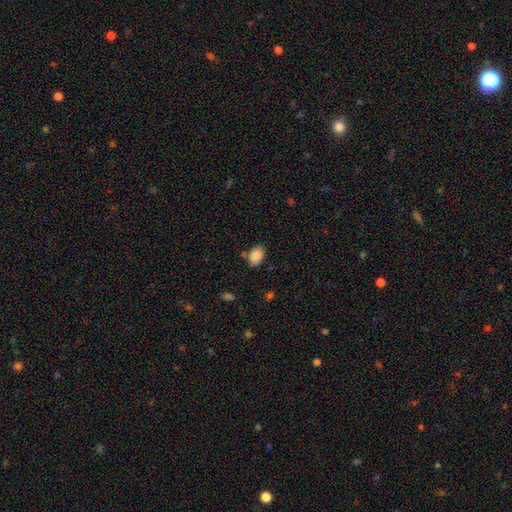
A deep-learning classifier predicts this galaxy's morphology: The model was most divided on "merging": none: 76%, minor disturbance: 16%, merger: 5%, major disturbance: 4%. More confident: smooth or featured — smooth (88%); how rounded — in between (84%).